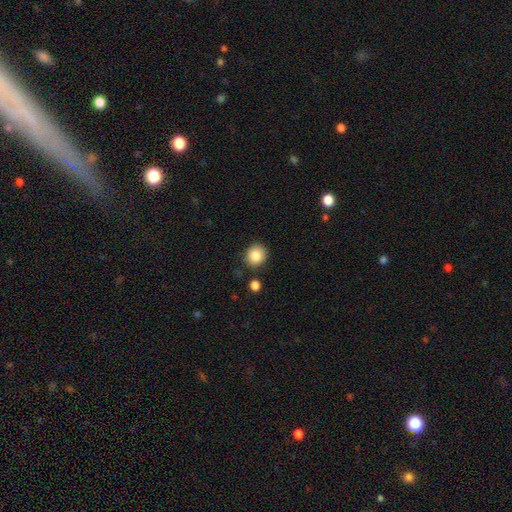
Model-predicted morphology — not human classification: The model was most divided on "how rounded": round: 87%, in between: 12%, cigar-shaped: 1%. More confident: merging — none (86%); smooth or featured — smooth (85%).